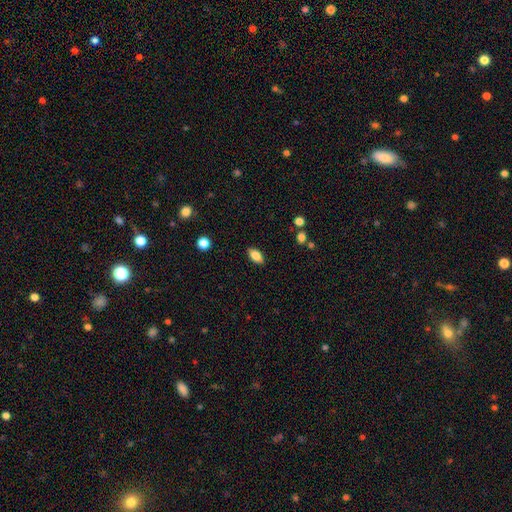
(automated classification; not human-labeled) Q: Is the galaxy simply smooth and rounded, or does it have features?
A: smooth — 81%.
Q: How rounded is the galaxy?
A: in between — 89%.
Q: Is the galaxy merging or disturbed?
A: none — 88%.